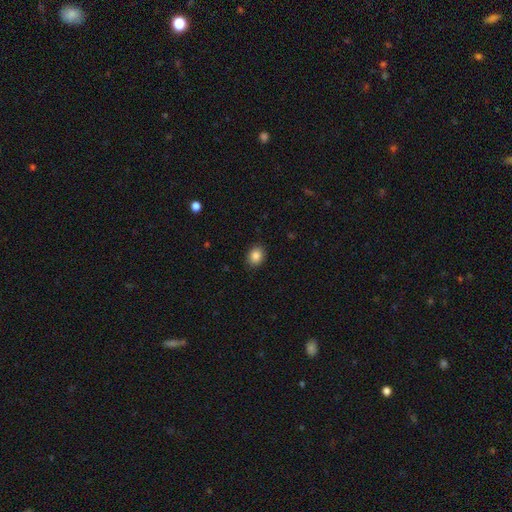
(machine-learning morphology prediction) smooth 87%, star or artifact 9%, featured or disk 4%. Down the decision tree: how rounded — in between (50%); merging — none (88%).